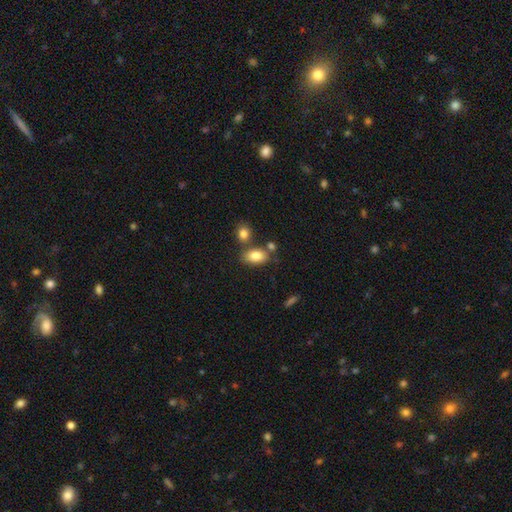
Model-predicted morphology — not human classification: Smooth or featured? smooth (83%)
How rounded? in between (89%)
Merging? none (66%)